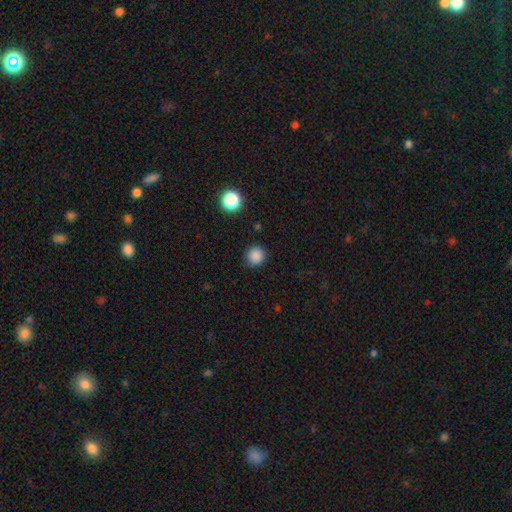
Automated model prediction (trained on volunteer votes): Smooth or featured: smooth — 85% (star or artifact — 12%)
How rounded: round — 93% (in between — 6%)
Merging: none — 88% (minor disturbance — 8%)